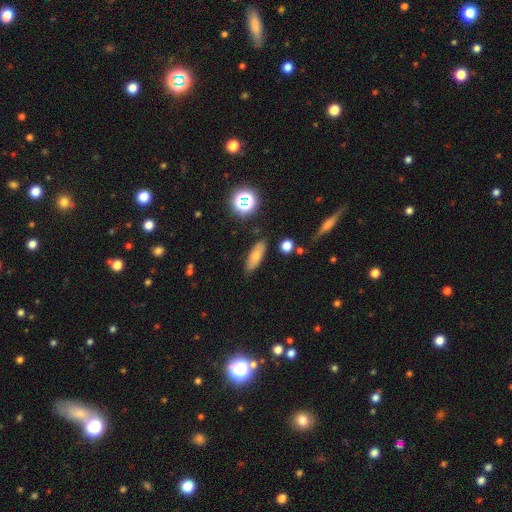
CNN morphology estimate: Smooth or featured?
  - smooth: 70% *
  - featured or disk: 19%
  - star or artifact: 11%
How rounded?
  - in between: 62% *
  - cigar-shaped: 33%
  - round: 4%
Merging?
  - none: 83% *
  - minor disturbance: 12%
  - major disturbance: 3%
  - merger: 2%